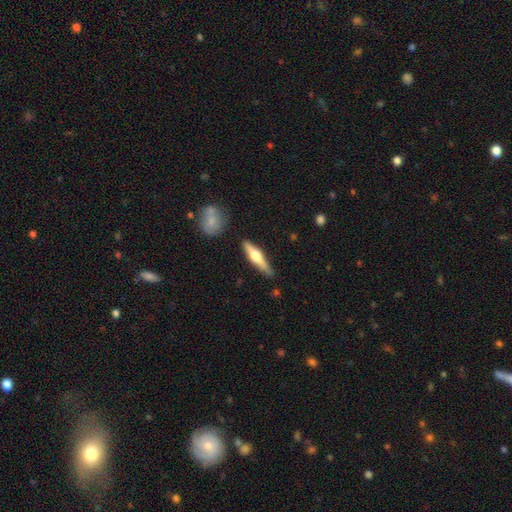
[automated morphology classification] This appears to be a featured or disk galaxy (64%) viewed edge-on (96%) with a rounded central bulge (94%). Merging: none (84%).